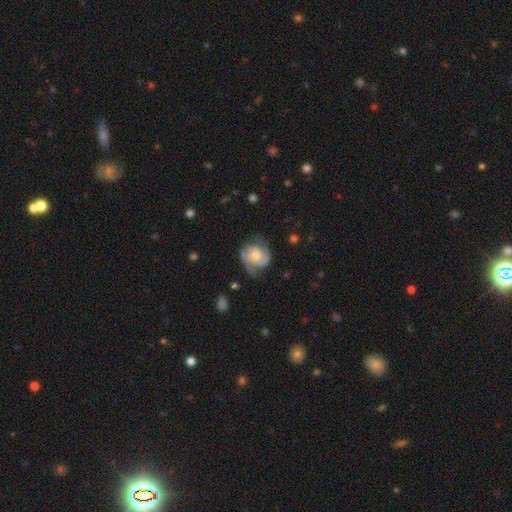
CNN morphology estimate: Smooth or featured? Predicted: featured or disk (p=0.81). Edge-on disk? Predicted: no (p=0.98). Bar? Predicted: no (p=0.68). Spiral arms? Predicted: yes (p=0.95). Spiral winding? Predicted: medium (p=0.45). Spiral arm count? Predicted: 2 (p=0.83). Bulge size? Predicted: moderate (p=0.59). Merging? Predicted: none (p=0.67).